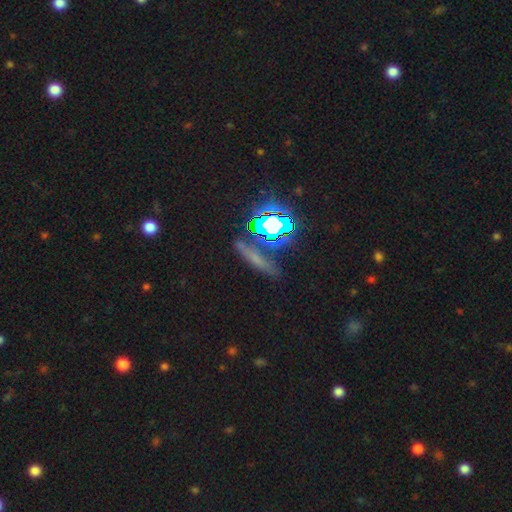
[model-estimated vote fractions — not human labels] smooth-or-featured: star or artifact: 45% | smooth: 35% | featured or disk: 20%